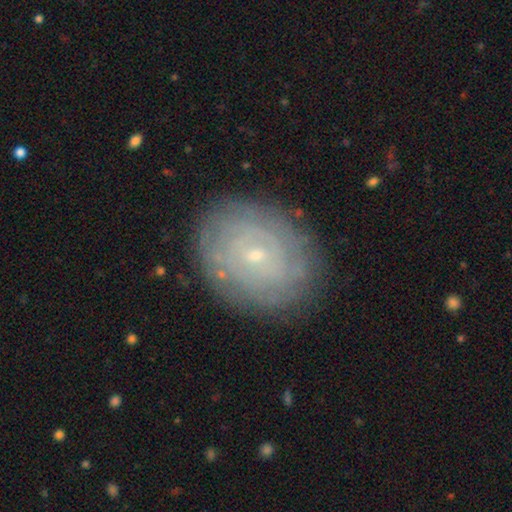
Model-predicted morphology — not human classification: Smooth or featured? Predicted: featured or disk (p=0.70). Edge-on disk? Predicted: no (p=0.96). Bar? Predicted: no (p=0.69). Spiral arms? Predicted: yes (p=0.81). Spiral winding? Predicted: tight (p=0.84). Spiral arm count? Predicted: can't tell (p=0.60). Bulge size? Predicted: small (p=0.81). Merging? Predicted: none (p=0.84).